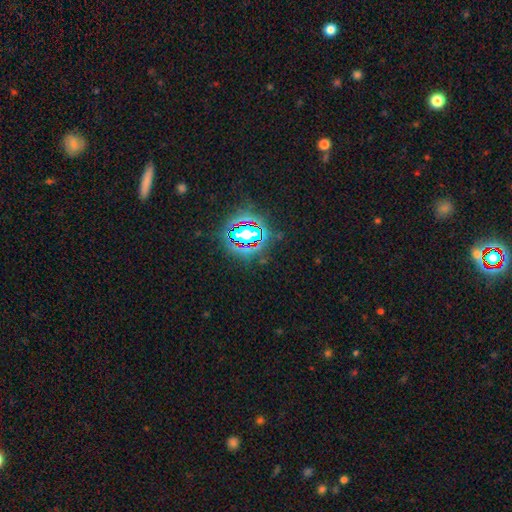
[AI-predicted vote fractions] Smooth or featured? Predicted: star or artifact (p=0.80).